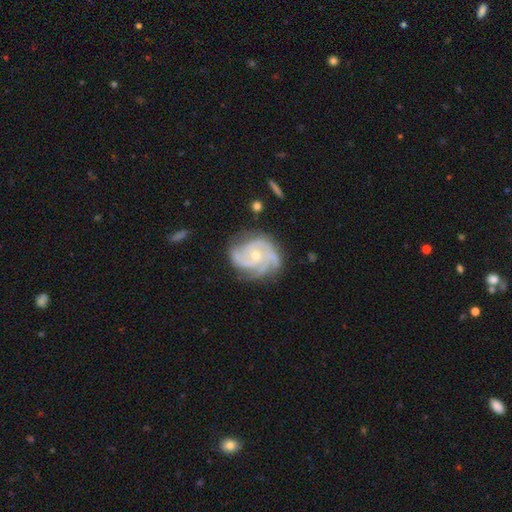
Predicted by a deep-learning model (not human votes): Q: Smooth or featured?
A: featured or disk (90%); runner-up: smooth (6%)
Q: Edge-on disk?
A: no (98%); runner-up: yes (2%)
Q: Bar?
A: no (75%); runner-up: weak (20%)
Q: Spiral arms?
A: yes (98%); runner-up: no (2%)
Q: Spiral winding?
A: tight (56%); runner-up: medium (38%)
Q: Spiral arm count?
A: 3 (50%); runner-up: 4 (17%)
Q: Bulge size?
A: small (59%); runner-up: moderate (38%)
Q: Merging?
A: none (71%); runner-up: minor disturbance (20%)